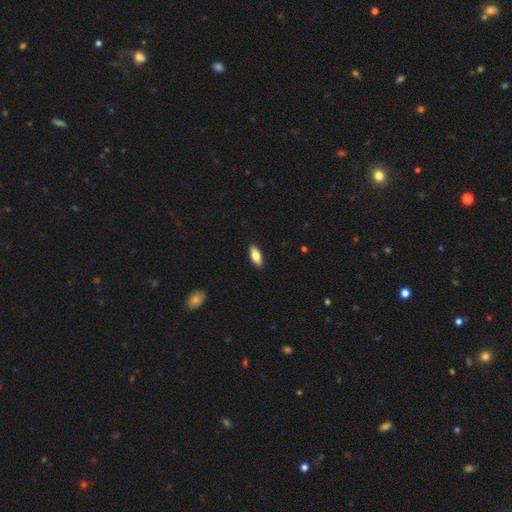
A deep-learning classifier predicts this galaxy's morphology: smooth_or_featured: smooth (p=0.75) [alt: featured or disk p=0.19]
how_rounded: in between (p=0.81) [alt: cigar-shaped p=0.17]
merging: none (p=0.90) [alt: minor disturbance p=0.08]